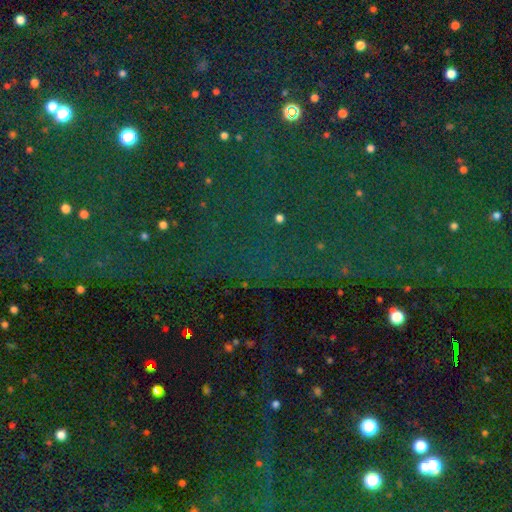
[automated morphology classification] This is clearly a star or artifact rather than a galaxy (82%).